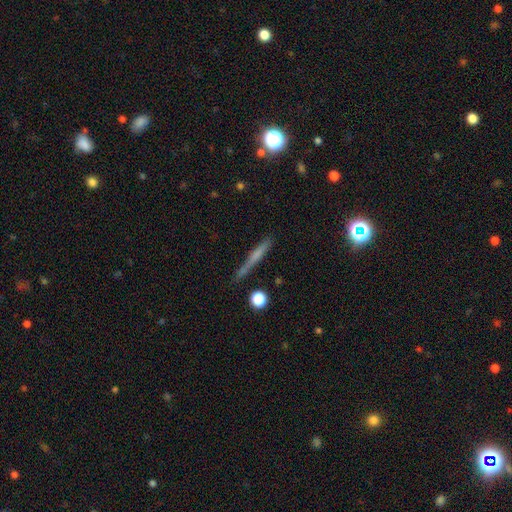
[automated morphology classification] This is marginally a featured or disk galaxy (45%). Merging: clearly none (81%).